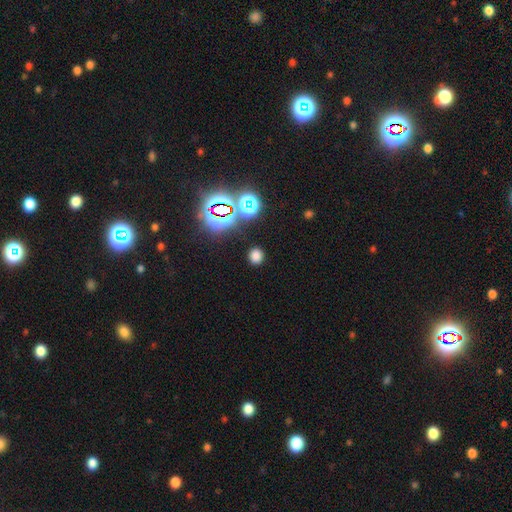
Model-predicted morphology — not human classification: This is likely a smooth galaxy (73%). How rounded: likely round (78%). Merging: clearly none (88%).